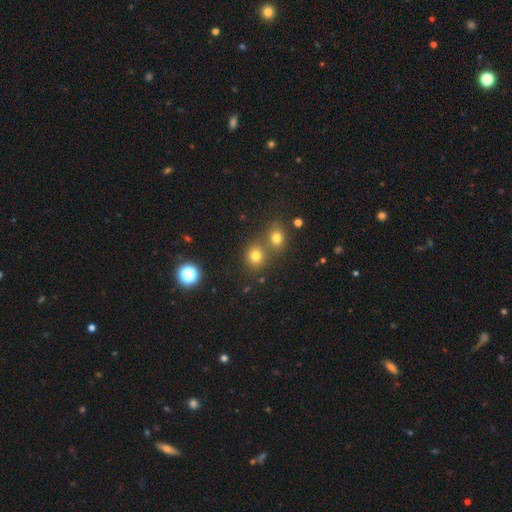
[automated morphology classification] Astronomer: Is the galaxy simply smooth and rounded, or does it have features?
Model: smooth — 74%.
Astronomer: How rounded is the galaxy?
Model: round — 78%.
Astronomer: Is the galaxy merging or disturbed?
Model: none — 62%.